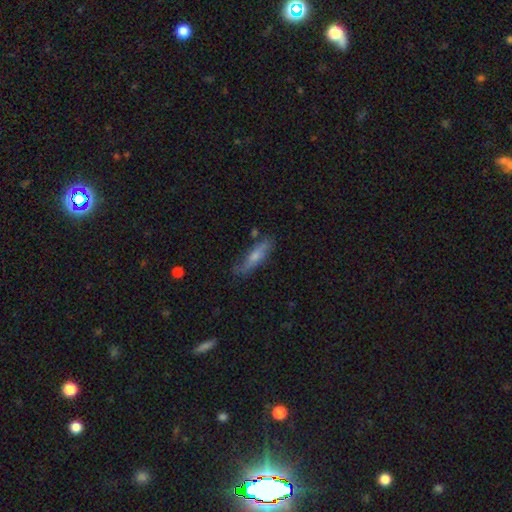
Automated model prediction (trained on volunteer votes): Q: Smooth or featured?
A: smooth (56%); runner-up: featured or disk (37%)
Q: How rounded?
A: cigar-shaped (70%); runner-up: in between (28%)
Q: Merging?
A: none (69%); runner-up: minor disturbance (22%)